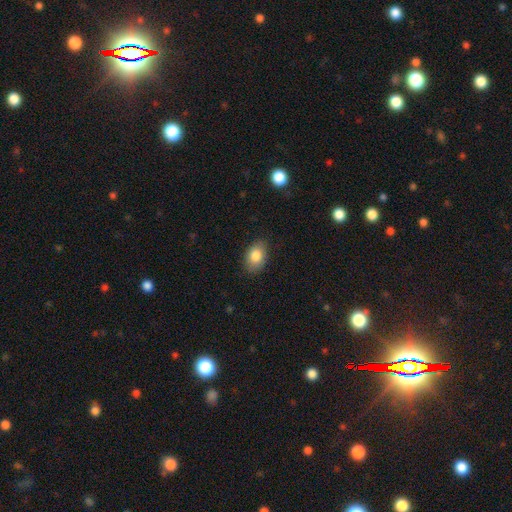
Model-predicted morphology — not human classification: smooth-or-featured: smooth: 85% | featured or disk: 8% | star or artifact: 8%
  how-rounded: in between: 85% | round: 14% | cigar-shaped: 1%
  merging: none: 83% | minor disturbance: 13% | major disturbance: 3% | merger: 1%